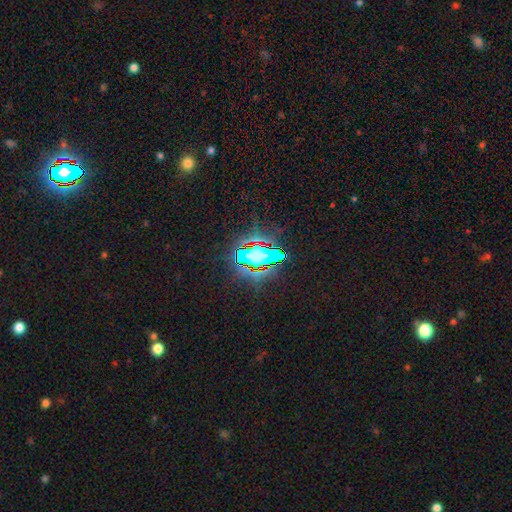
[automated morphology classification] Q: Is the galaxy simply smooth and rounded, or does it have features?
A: star or artifact — 61%.